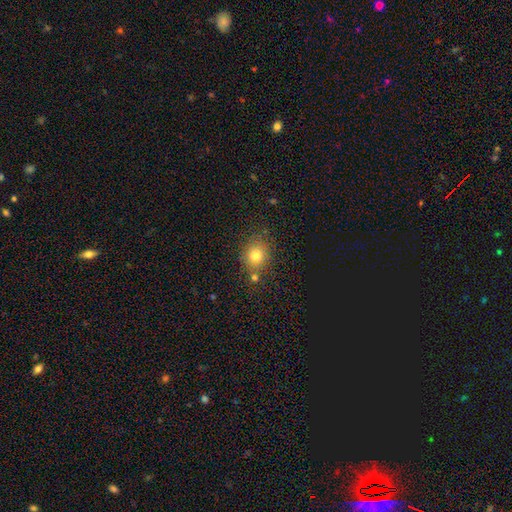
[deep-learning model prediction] smooth 80%, star or artifact 12%, featured or disk 8%. Down the decision tree: how rounded — round (67%); merging — none (73%).